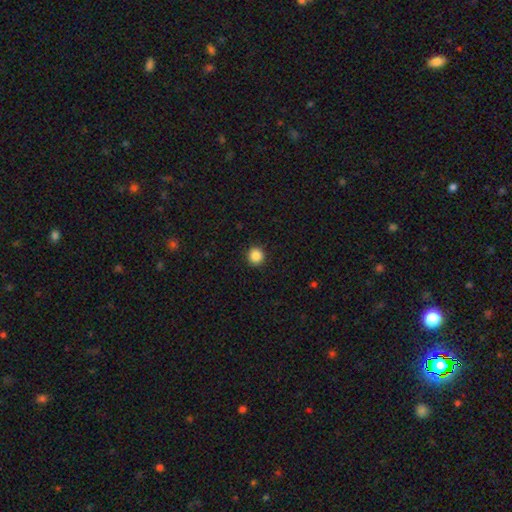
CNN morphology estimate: smooth 87%, star or artifact 10%, featured or disk 3%. Down the decision tree: how rounded — round (93%); merging — none (92%).